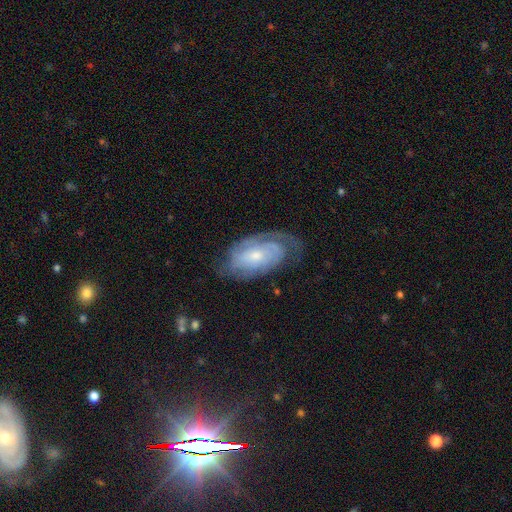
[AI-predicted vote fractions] Smooth or featured? Predicted: featured or disk (p=0.79). Edge-on disk? Predicted: no (p=0.95). Bar? Predicted: no (p=0.69). Spiral arms? Predicted: yes (p=0.93). Spiral winding? Predicted: tight (p=0.62). Spiral arm count? Predicted: 2 (p=0.46). Bulge size? Predicted: small (p=0.59). Merging? Predicted: none (p=0.67).